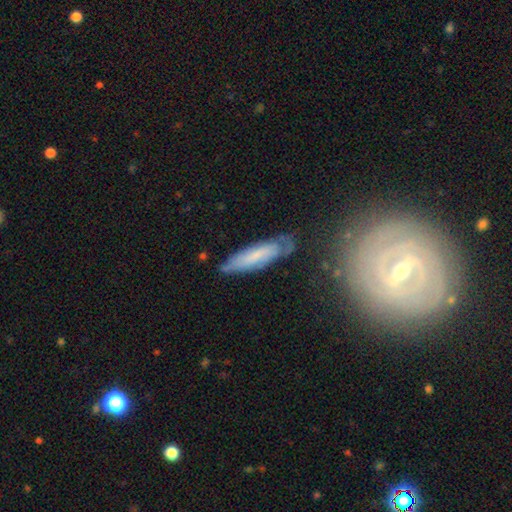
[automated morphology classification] A smooth galaxy with no disk features (55%) that is cigar-shaped (68%).

Vote fractions:
- Smooth or featured? smooth: 55% / featured or disk: 38% / star or artifact: 8%
- How rounded? cigar-shaped: 68% / in between: 30% / round: 2%
- Merging? none: 68% / minor disturbance: 22% / major disturbance: 6% / merger: 4%